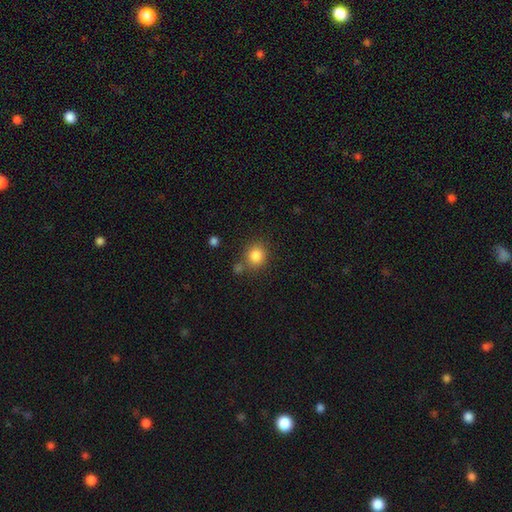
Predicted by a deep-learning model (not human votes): Overall: smooth (84%). How rounded: round (81%). Merging: none (73%).